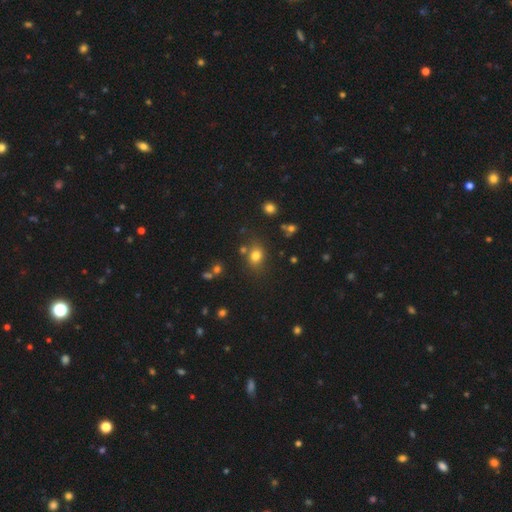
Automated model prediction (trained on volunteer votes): The model was most divided on "how rounded": round: 50%, in between: 48%, cigar-shaped: 1%. More confident: smooth or featured — smooth (76%); merging — none (72%).